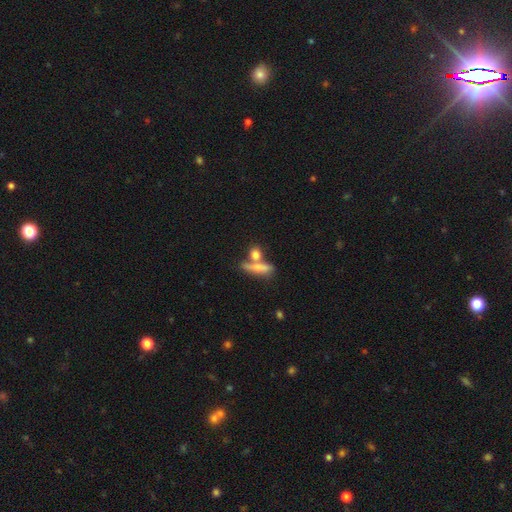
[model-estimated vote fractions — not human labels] Q: Smooth or featured?
A: smooth (71%); runner-up: featured or disk (19%)
Q: How rounded?
A: round (38%); runner-up: in between (33%)
Q: Merging?
A: none (44%); runner-up: merger (39%)